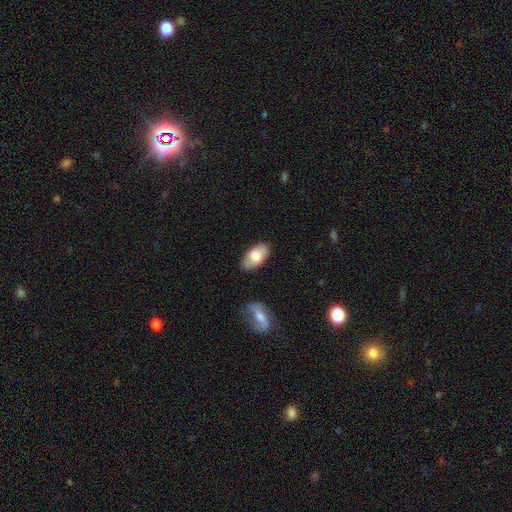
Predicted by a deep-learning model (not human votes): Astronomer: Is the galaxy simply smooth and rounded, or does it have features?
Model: smooth — 75%.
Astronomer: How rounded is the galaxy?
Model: in between — 94%.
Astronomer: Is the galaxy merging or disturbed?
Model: none — 84%.